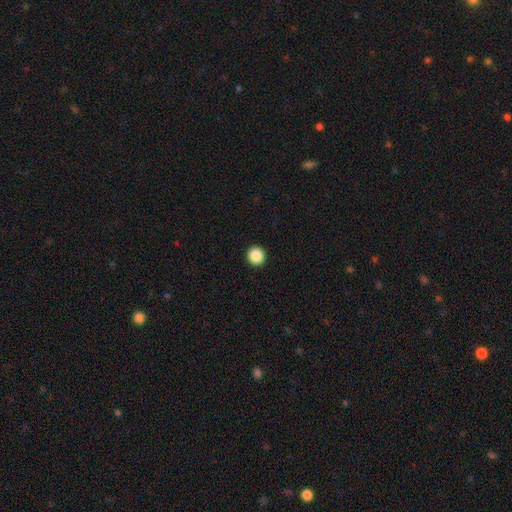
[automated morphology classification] type=smooth (88%); roundness=round (96%); merging=none (94%).